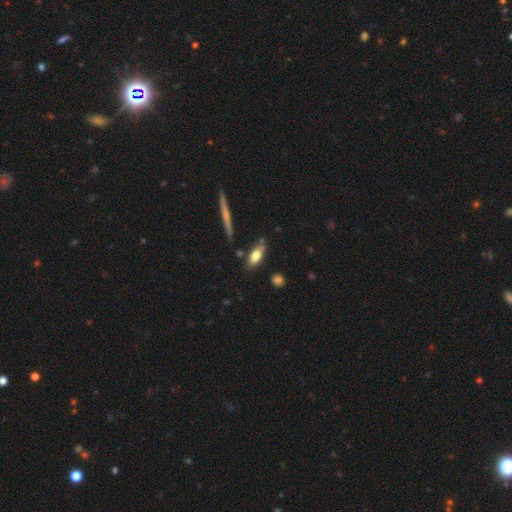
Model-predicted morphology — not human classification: Smooth or featured: smooth — 69% (featured or disk — 24%)
How rounded: in between — 66% (cigar-shaped — 31%)
Merging: none — 73% (minor disturbance — 17%)